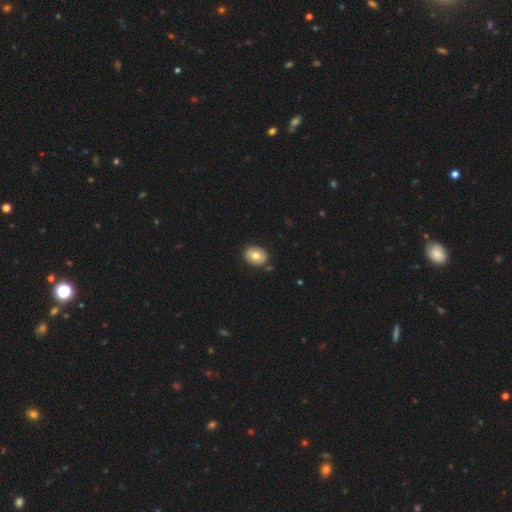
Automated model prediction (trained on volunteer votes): Overall: smooth (76%). How rounded: in between (55%; round 44%). Merging: none (85%).